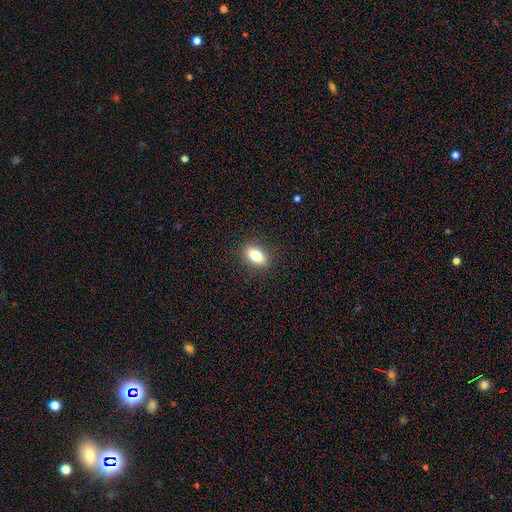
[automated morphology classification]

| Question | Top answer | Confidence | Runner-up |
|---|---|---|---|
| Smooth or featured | smooth | 77% | featured or disk (14%) |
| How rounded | in between | 83% | round (9%) |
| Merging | none | 88% | minor disturbance (9%) |